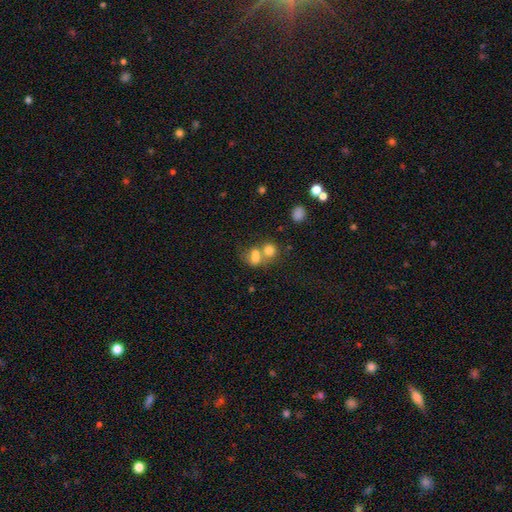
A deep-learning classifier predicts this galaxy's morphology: Smooth or featured? smooth (69%)
How rounded? round (55%)
Merging? merger (63%)